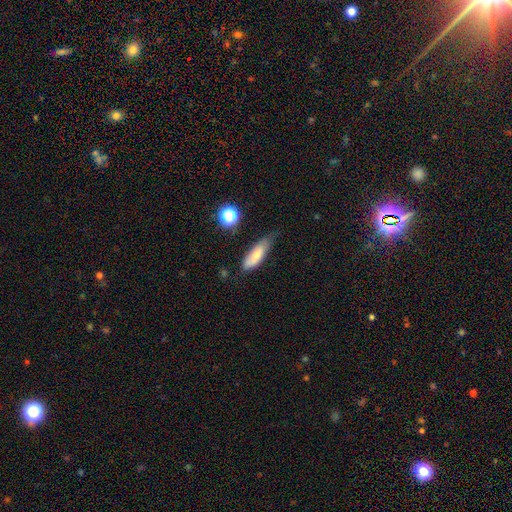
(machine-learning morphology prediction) smooth 75%, featured or disk 17%, star or artifact 8%. Down the decision tree: how rounded — in between (63%); merging — none (43%).